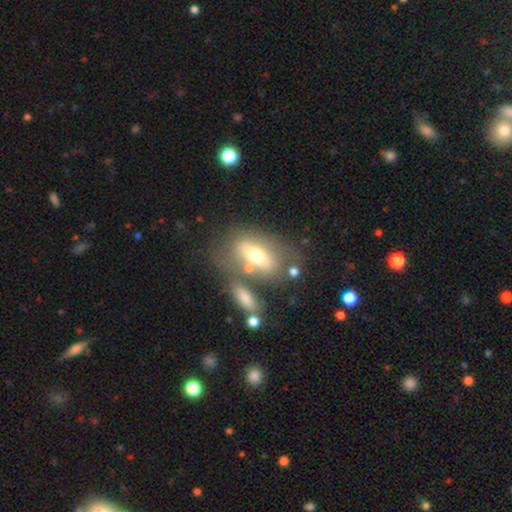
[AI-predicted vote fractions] This appears to be a smooth galaxy with no disk features (55%) that is in between round and cigar-shaped (81%). Merging: none (51%).